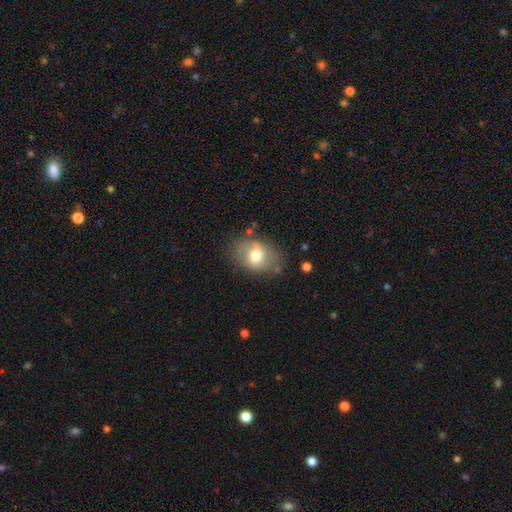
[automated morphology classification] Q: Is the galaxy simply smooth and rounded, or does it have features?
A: smooth — 66%.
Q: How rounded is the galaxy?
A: in between — 75%.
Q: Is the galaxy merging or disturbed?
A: none — 70%.